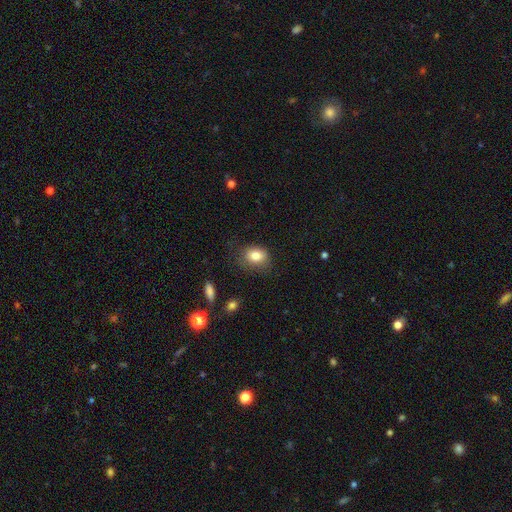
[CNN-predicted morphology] Smooth or featured: smooth — 82% (star or artifact — 9%)
How rounded: in between — 61% (round — 38%)
Merging: none — 66% (minor disturbance — 23%)